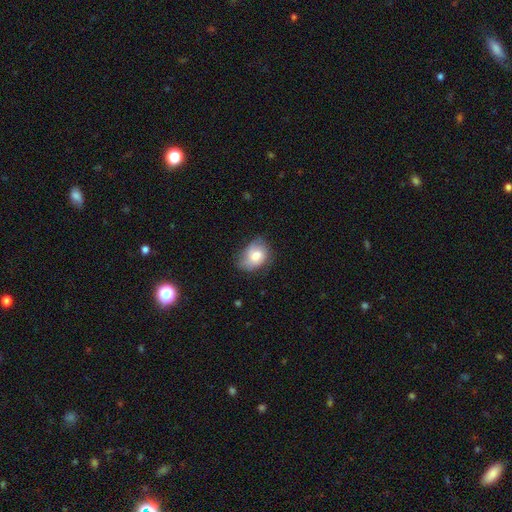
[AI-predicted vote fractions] This is likely a smooth galaxy (68%). How rounded: likely in between (65%). Merging: possibly none (50%).